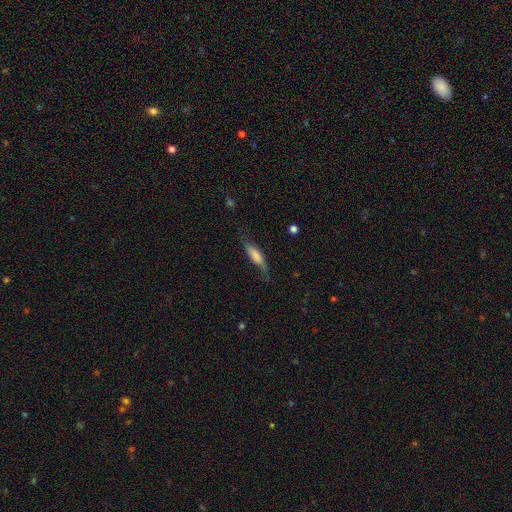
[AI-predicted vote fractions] Overall: smooth (62%; featured or disk 30%). How rounded: cigar-shaped (52%; in between 45%). Merging: none (54%; minor disturbance 29%).